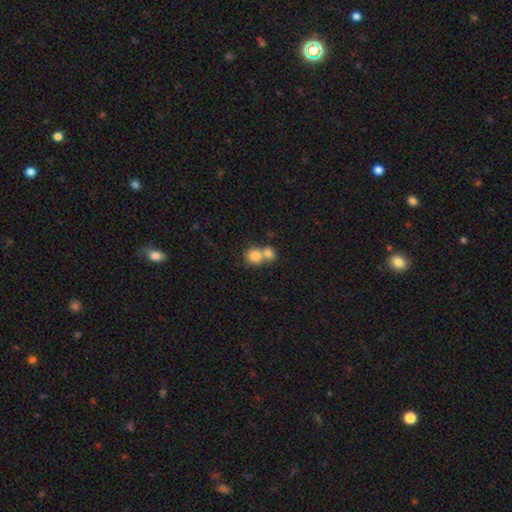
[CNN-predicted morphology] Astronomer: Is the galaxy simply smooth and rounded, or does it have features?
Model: smooth — 82%.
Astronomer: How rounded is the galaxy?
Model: round — 79%.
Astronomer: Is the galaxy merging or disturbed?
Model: merger — 61%.